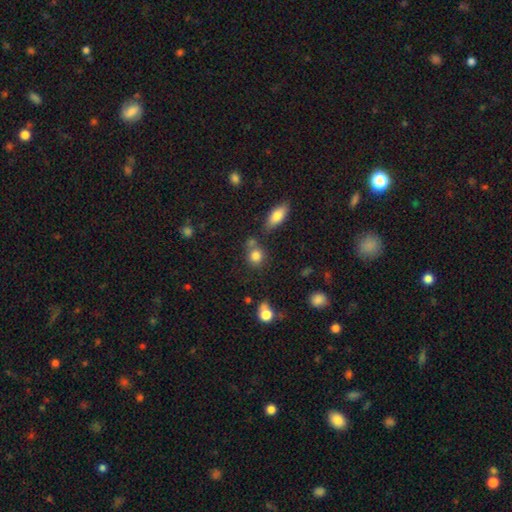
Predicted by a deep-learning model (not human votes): Smooth or featured: smooth — 81% (star or artifact — 12%)
How rounded: round — 77% (in between — 22%)
Merging: none — 61% (merger — 22%)